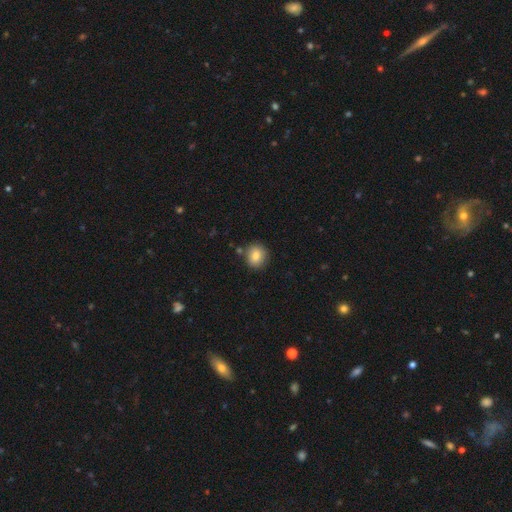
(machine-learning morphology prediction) Smooth or featured? smooth (81%)
How rounded? round (81%)
Merging? none (83%)